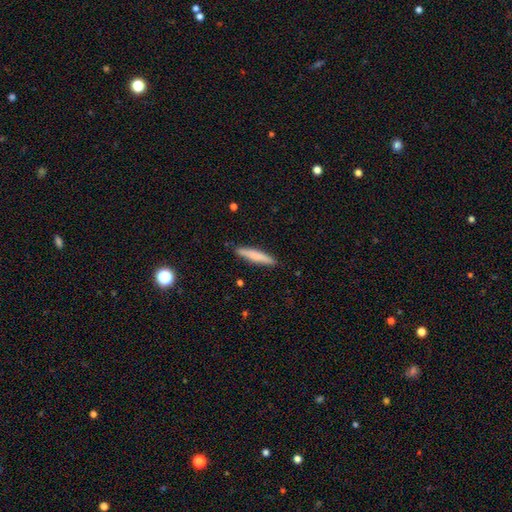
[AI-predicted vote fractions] smooth 73%, featured or disk 21%, star or artifact 6%. Down the decision tree: how rounded — cigar-shaped (91%); merging — none (88%).